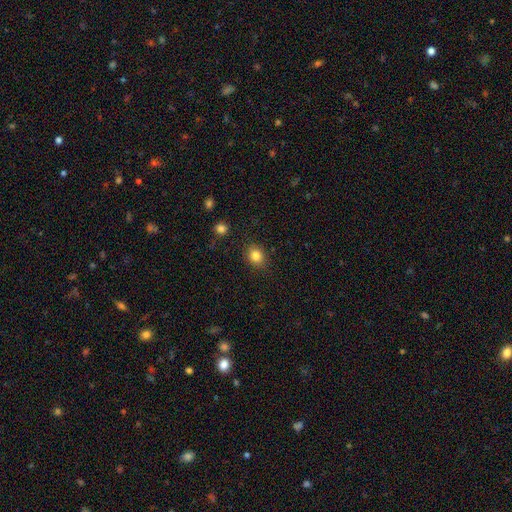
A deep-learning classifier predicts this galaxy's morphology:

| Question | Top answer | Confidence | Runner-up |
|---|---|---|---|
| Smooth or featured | smooth | 83% | star or artifact (11%) |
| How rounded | round | 64% | in between (35%) |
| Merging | none | 86% | minor disturbance (10%) |